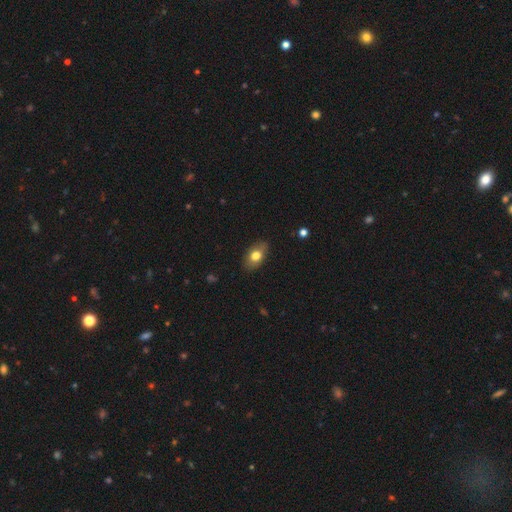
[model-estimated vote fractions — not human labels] Smooth or featured: smooth — 75% (featured or disk — 18%)
How rounded: in between — 85% (round — 12%)
Merging: none — 81% (minor disturbance — 15%)